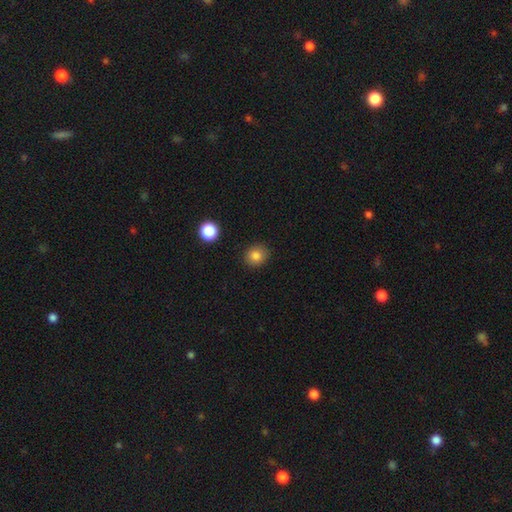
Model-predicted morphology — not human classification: This is clearly a smooth galaxy (83%). How rounded: clearly round (81%). Merging: clearly none (89%).